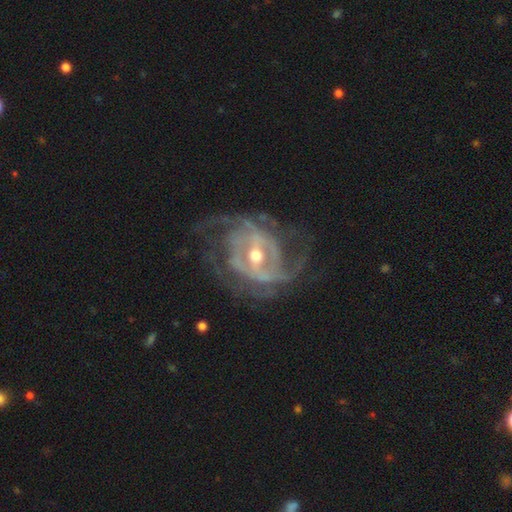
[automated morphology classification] Smooth or featured? featured or disk (90%)
Edge-on disk? no (96%)
Bar? strong (47%)
Spiral arms? yes (94%)
Spiral winding? tight (42%, tied with medium)
Spiral arm count? 2 (31%)
Bulge size? moderate (59%)
Merging? none (64%)